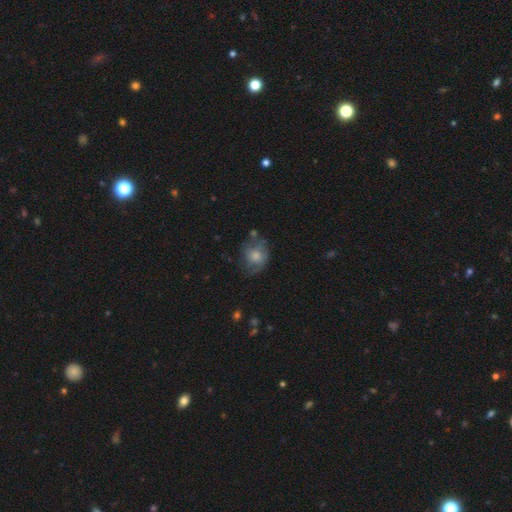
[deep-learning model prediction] Q: Smooth or featured?
A: smooth (56%); runner-up: featured or disk (36%)
Q: How rounded?
A: round (61%); runner-up: in between (38%)
Q: Merging?
A: none (50%); runner-up: minor disturbance (28%)